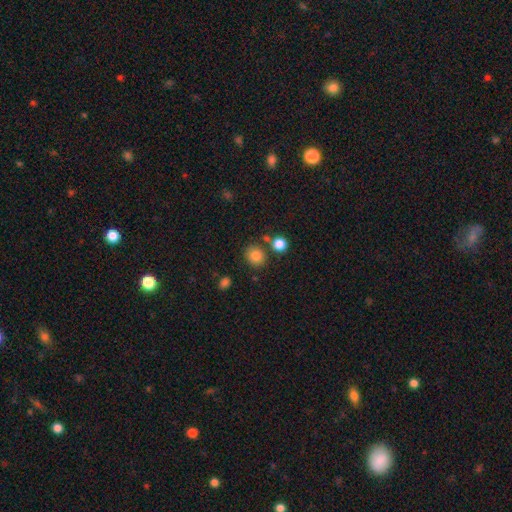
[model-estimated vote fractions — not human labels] Q: Smooth or featured?
A: smooth (83%); runner-up: star or artifact (12%)
Q: How rounded?
A: round (80%); runner-up: in between (20%)
Q: Merging?
A: none (78%); runner-up: merger (9%)